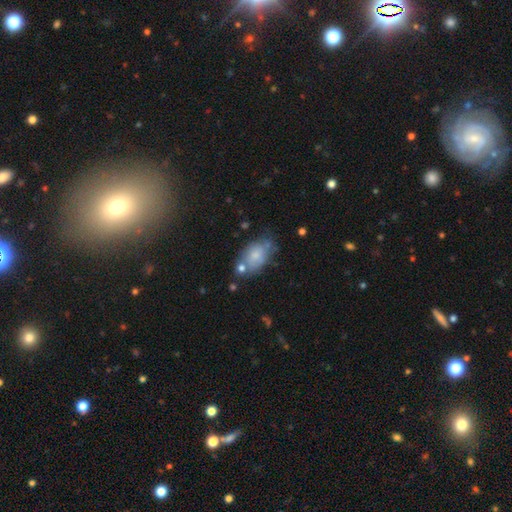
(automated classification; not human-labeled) smooth-or-featured: smooth: 67% | featured or disk: 25% | star or artifact: 9%
  how-rounded: in between: 88% | round: 10% | cigar-shaped: 2%
  merging: none: 44% | minor disturbance: 28% | merger: 15% | major disturbance: 13%